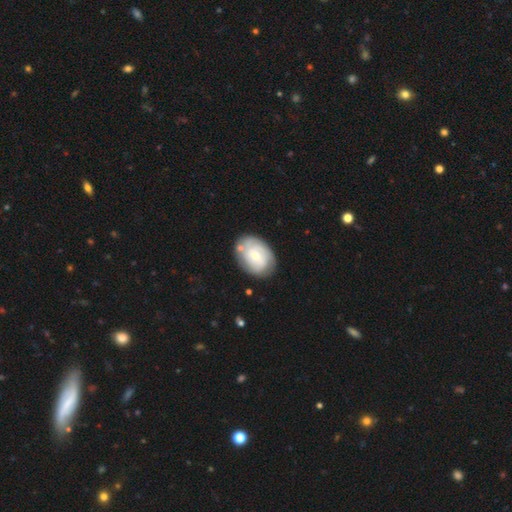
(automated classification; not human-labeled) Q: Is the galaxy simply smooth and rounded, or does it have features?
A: featured or disk — 58%.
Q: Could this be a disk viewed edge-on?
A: no — 96%.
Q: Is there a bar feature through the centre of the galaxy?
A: no — 71%.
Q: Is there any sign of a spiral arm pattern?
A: yes — 80%.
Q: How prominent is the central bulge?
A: small — 56%.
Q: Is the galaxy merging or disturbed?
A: none — 72%.